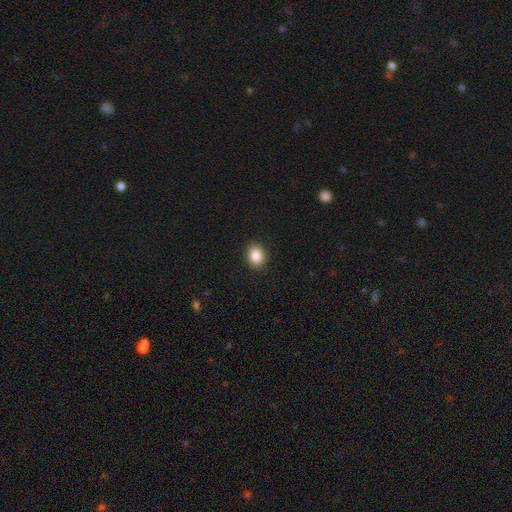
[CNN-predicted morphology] Smooth or featured? smooth (88%)
How rounded? in between (50%)
Merging? none (90%)